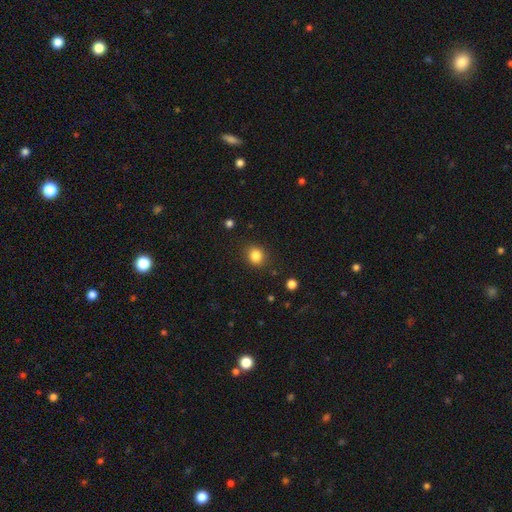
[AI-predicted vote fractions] Smooth or featured: smooth — 84% (star or artifact — 11%)
How rounded: round — 78% (in between — 21%)
Merging: none — 86% (minor disturbance — 9%)